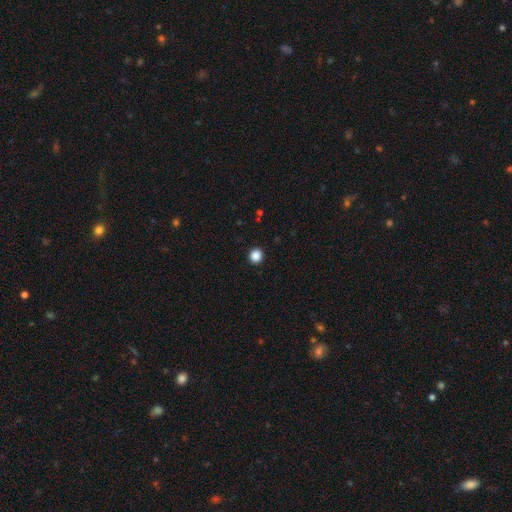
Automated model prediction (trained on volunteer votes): This is clearly a smooth galaxy (87%). How rounded: clearly round (92%). Merging: clearly none (93%).